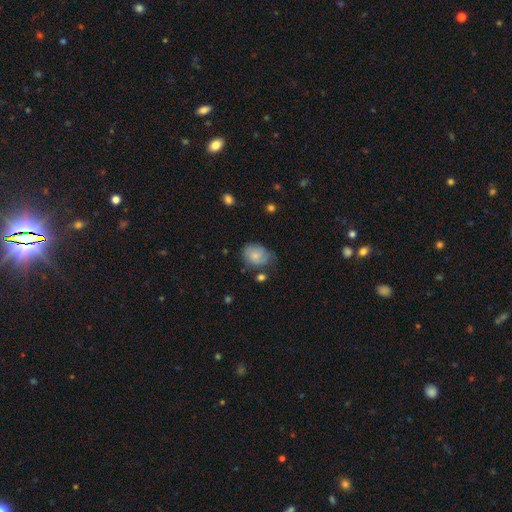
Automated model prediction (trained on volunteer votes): Overall: smooth (76%). How rounded: in between (63%; round 36%). Merging: none (56%; minor disturbance 31%).